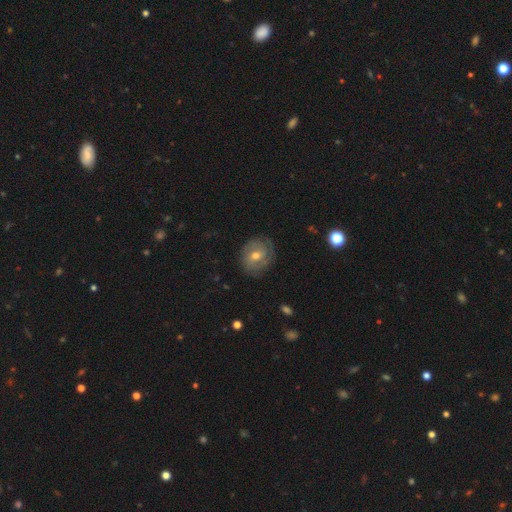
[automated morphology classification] smooth-or-featured: featured or disk: 68% | smooth: 24% | star or artifact: 8%
  disk-edge-on: no: 97% | yes: 3%
    bar: no: 57% | weak: 35% | strong: 7%
    has-spiral-arms: yes: 85% | no: 15%
      spiral-winding: tight: 67% | medium: 25% | loose: 8%
      spiral-arm-count: can't tell: 36% | 2: 35% | 3: 13% | 1: 7% | 4: 4% | more than 4: 4%
    bulge-size: moderate: 65% | small: 30% | large: 2% | none: 1% | dominant: 1%
  merging: none: 78% | minor disturbance: 15% | major disturbance: 5% | merger: 1%